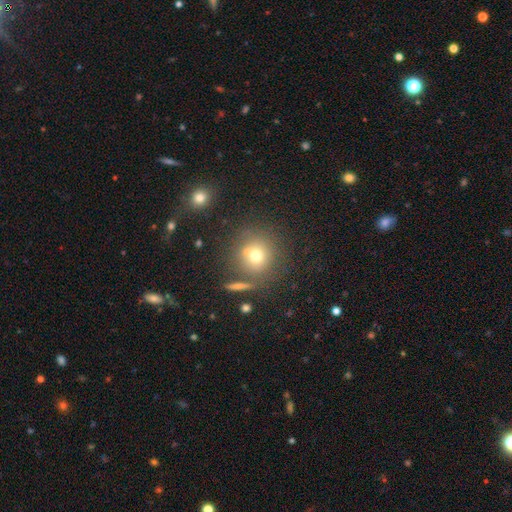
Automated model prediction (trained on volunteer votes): smooth 70%, star or artifact 16%, featured or disk 15%. Down the decision tree: how rounded — round (90%); merging — none (70%).